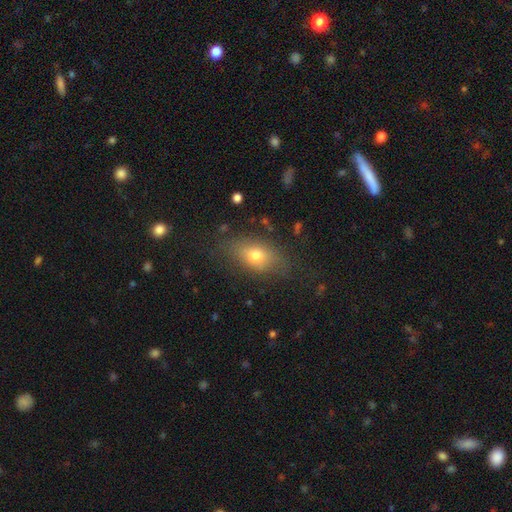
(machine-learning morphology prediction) Overall: smooth (71%). How rounded: in between (79%). Merging: none (73%).